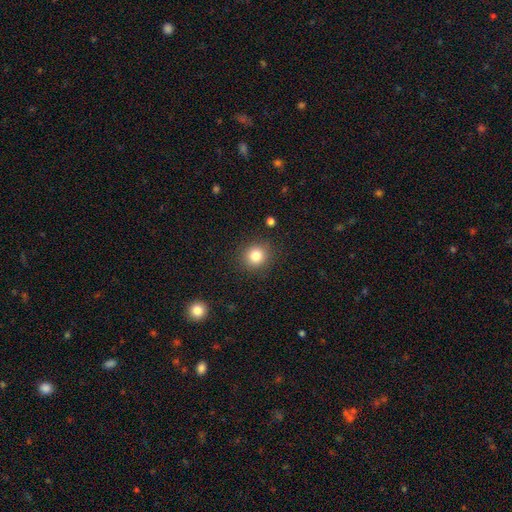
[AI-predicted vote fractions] Smooth or featured?
  - smooth: 82% *
  - star or artifact: 12%
  - featured or disk: 6%
How rounded?
  - round: 89% *
  - in between: 10%
  - cigar-shaped: 1%
Merging?
  - none: 89% *
  - minor disturbance: 7%
  - major disturbance: 3%
  - merger: 1%